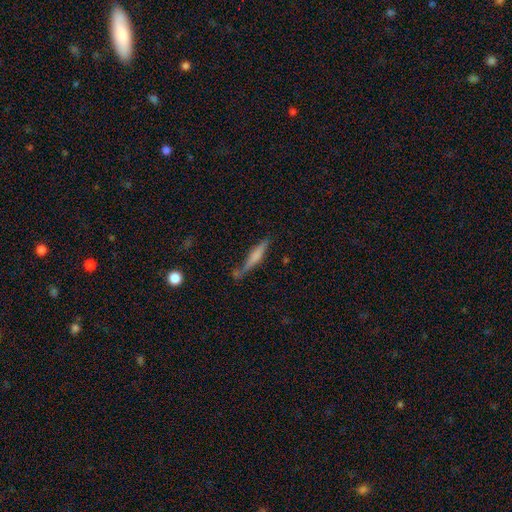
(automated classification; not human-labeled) The model was most divided on "smooth or featured": smooth: 54%, featured or disk: 39%, star or artifact: 7%. More confident: how rounded — cigar-shaped (89%); merging — none (58%).